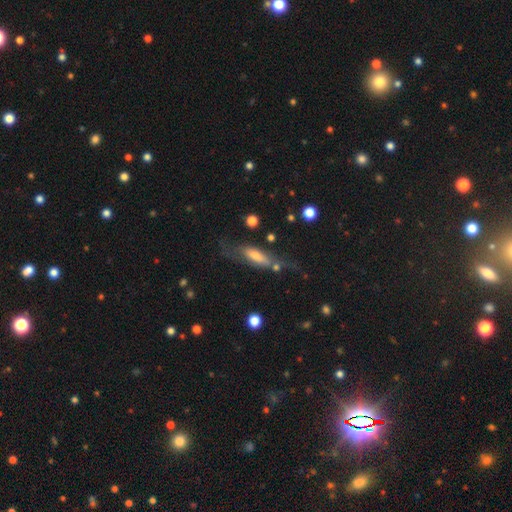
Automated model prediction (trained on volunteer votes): This appears to be a featured or disk galaxy (49%). Merging: none (51%).